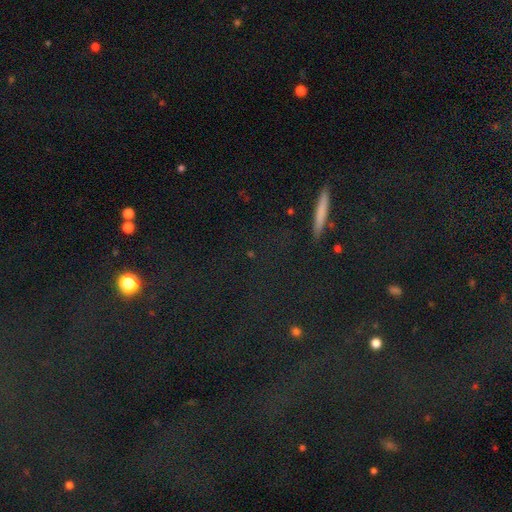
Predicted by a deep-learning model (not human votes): A star or artifact, not a galaxy (61%).